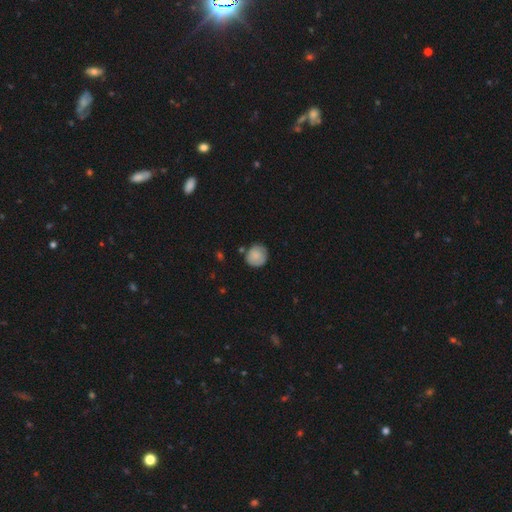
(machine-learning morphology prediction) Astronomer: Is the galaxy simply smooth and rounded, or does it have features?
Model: smooth — 83%.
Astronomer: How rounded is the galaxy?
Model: round — 89%.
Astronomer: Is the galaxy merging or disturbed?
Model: none — 77%.